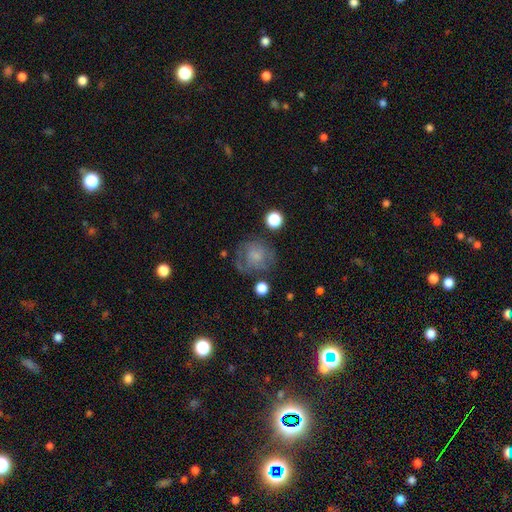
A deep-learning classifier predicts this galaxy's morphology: Smooth or featured? smooth (49%)
Merging? none (51%)